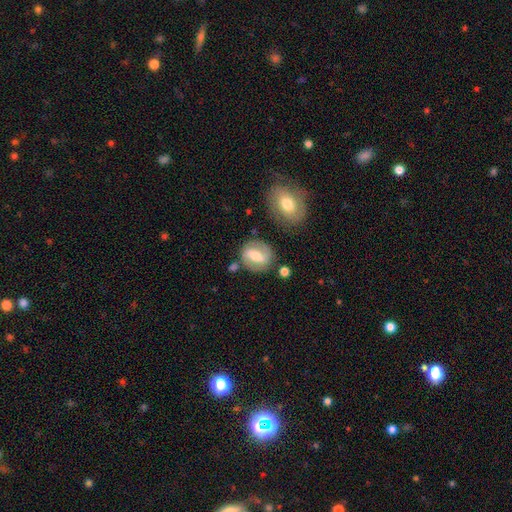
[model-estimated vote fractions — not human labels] A featured or disk galaxy (58%) with a strong bar (47%), spiral arms (73%) and a moderate central bulge (61%).

Vote fractions:
- Smooth or featured? featured or disk: 58% / smooth: 35% / star or artifact: 6%
- Edge-on disk? no: 95% / yes: 5%
- Bar? strong: 47% / weak: 37% / no: 16%
- Spiral arms? yes: 73% / no: 27%
- Bulge size? moderate: 61% / small: 23% / large: 11% / none: 3% / dominant: 2%
- Merging? none: 76% / minor disturbance: 13% / merger: 6% / major disturbance: 5%